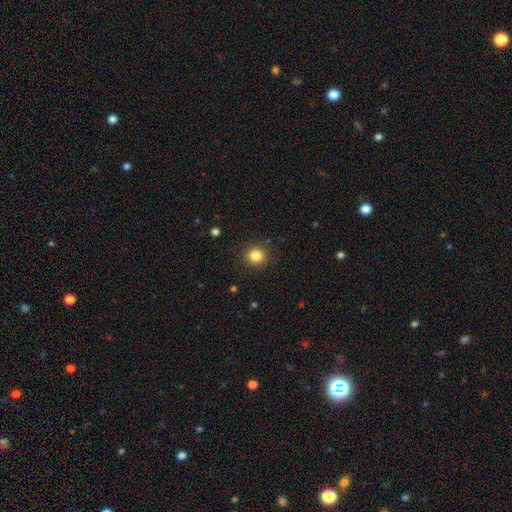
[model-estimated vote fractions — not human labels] Overall: smooth (83%). How rounded: round (90%). Merging: none (91%).